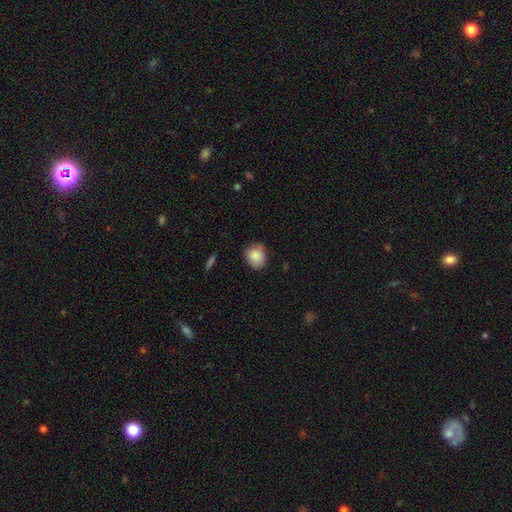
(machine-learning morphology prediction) Overall: smooth (87%). How rounded: round (73%). Merging: none (80%).